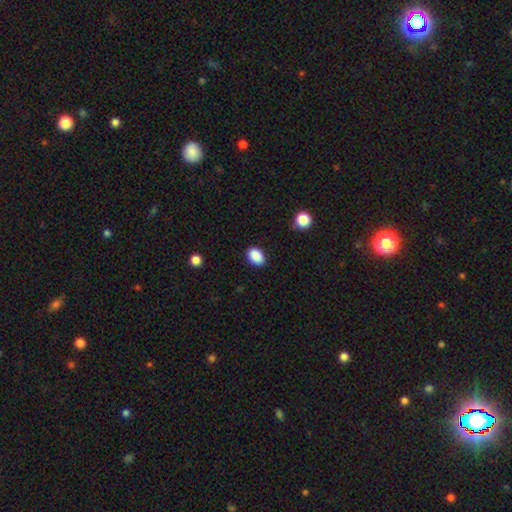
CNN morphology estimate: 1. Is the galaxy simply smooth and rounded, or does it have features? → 89% smooth, 8% star or artifact, 3% featured or disk.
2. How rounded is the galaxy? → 81% in between, 18% round, 1% cigar-shaped.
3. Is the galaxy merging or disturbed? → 86% none, 10% minor disturbance, 2% major disturbance, 1% merger.